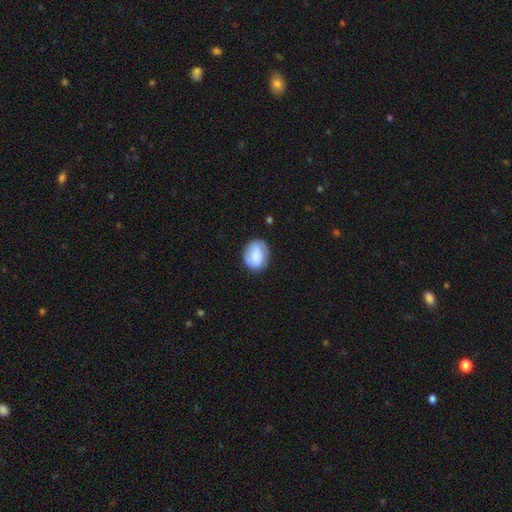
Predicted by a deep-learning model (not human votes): smooth-or-featured: smooth: 68% | featured or disk: 25% | star or artifact: 7%
  how-rounded: in between: 57% | round: 42% | cigar-shaped: 1%
  merging: none: 70% | minor disturbance: 22% | major disturbance: 6% | merger: 2%